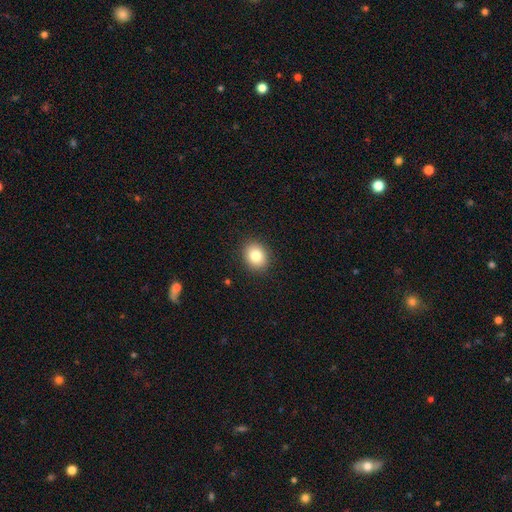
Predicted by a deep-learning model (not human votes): The model was most divided on "how rounded": round: 58%, in between: 41%, cigar-shaped: 1%. More confident: merging — none (90%); smooth or featured — smooth (82%).